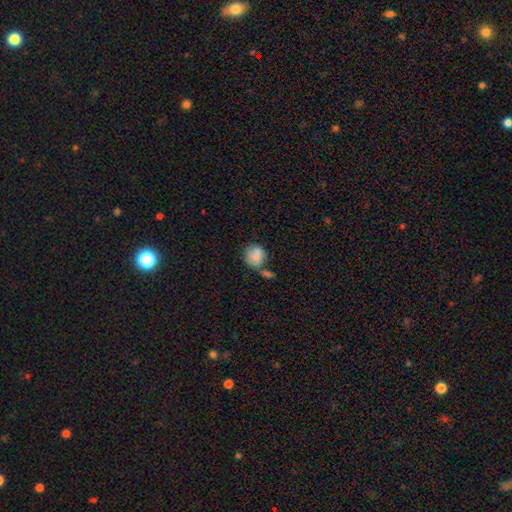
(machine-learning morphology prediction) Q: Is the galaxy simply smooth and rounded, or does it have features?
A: smooth — 82%.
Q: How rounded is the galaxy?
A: round — 64%.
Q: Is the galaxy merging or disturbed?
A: none — 38%.